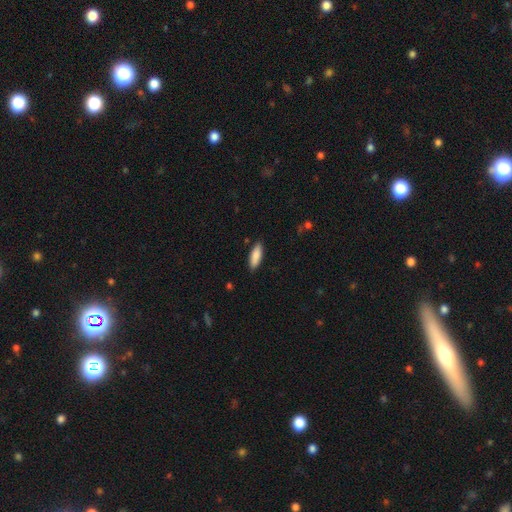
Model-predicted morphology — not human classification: The model was most divided on "how rounded": in between: 58%, cigar-shaped: 40%, round: 2%. More confident: merging — none (87%); smooth or featured — smooth (86%).